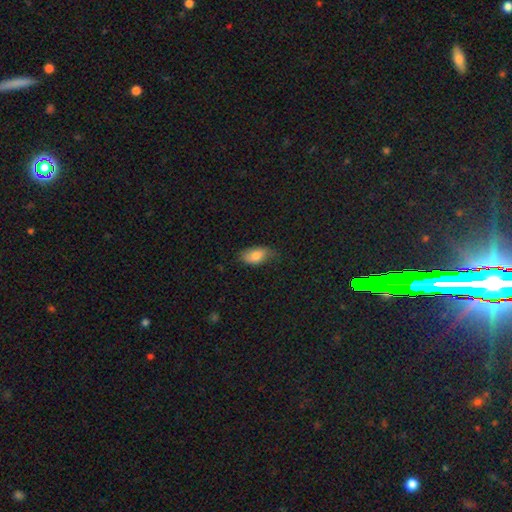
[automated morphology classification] A smooth galaxy with no disk features (82%) that is in between round and cigar-shaped (92%). Merging: none (58%).